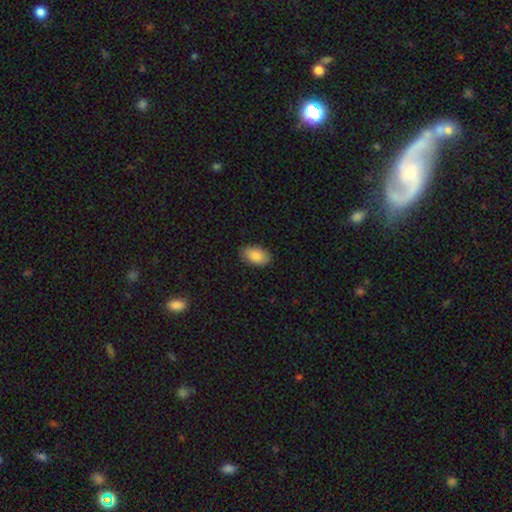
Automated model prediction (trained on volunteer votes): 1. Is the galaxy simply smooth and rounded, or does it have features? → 87% smooth, 7% star or artifact, 7% featured or disk.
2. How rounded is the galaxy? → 93% in between, 6% round, 1% cigar-shaped.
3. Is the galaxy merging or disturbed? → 88% none, 9% minor disturbance, 2% major disturbance, 1% merger.